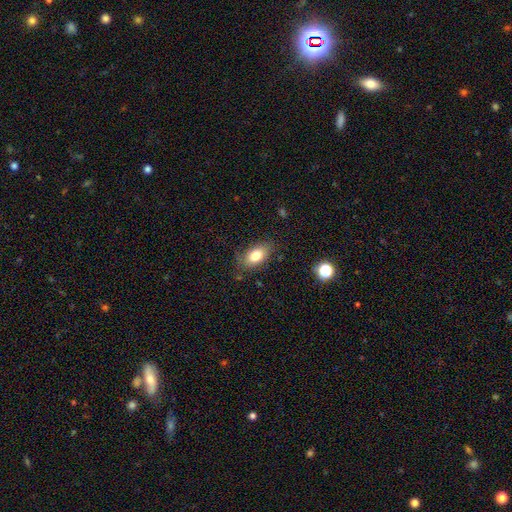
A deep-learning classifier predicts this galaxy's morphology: This appears to be a smooth galaxy with no disk features (78%) that is in between round and cigar-shaped (90%). Merging: none (77%).